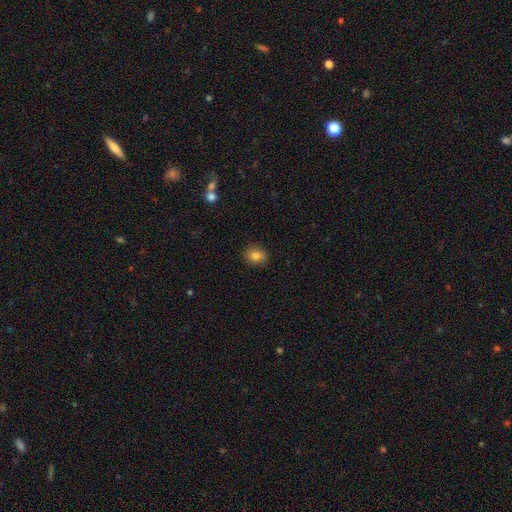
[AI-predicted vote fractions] Smooth or featured? Predicted: smooth (p=0.82). How rounded? Predicted: round (p=0.62). Merging? Predicted: none (p=0.89).